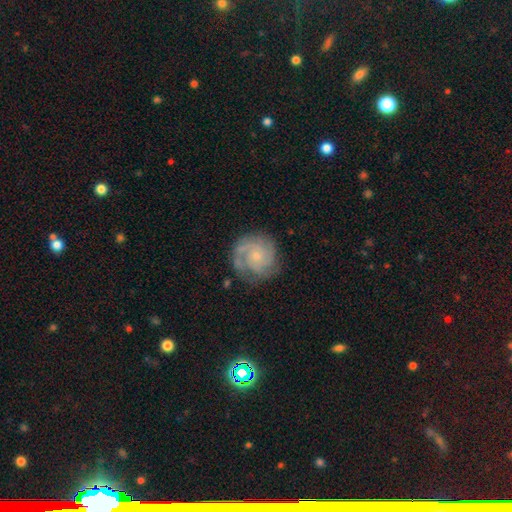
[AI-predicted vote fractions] featured or disk 82%, smooth 13%, star or artifact 6%. Down the decision tree: edge-on disk — no (98%); bar — no (75%); spiral arms — yes (96%); spiral arm count — 3 (35%); spiral winding — tight (60%); bulge size — small (69%); merging — none (76%).